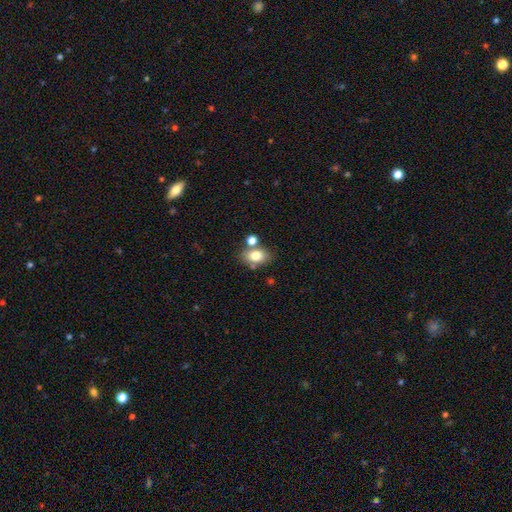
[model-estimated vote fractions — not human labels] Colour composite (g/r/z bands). It shows a smooth galaxy with no disk features (77%) that is in between round and cigar-shaped (75%). Merging: none (63%).